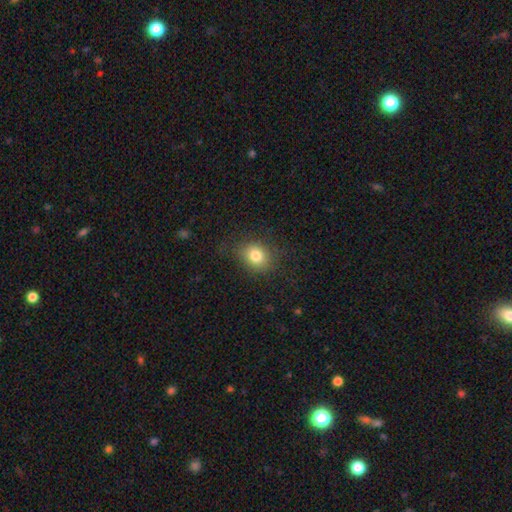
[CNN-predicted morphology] A smooth galaxy with no disk features (80%) that is round (61%).

Vote fractions:
- Smooth or featured? smooth: 80% / star or artifact: 11% / featured or disk: 8%
- How rounded? round: 61% / in between: 38% / cigar-shaped: 1%
- Merging? none: 80% / minor disturbance: 13% / major disturbance: 5% / merger: 1%